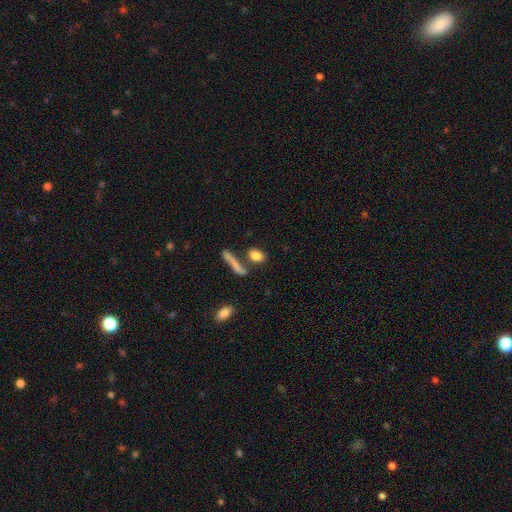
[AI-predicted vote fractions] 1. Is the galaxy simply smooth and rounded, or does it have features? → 83% smooth, 9% featured or disk, 8% star or artifact.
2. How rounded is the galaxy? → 69% in between, 17% round, 14% cigar-shaped.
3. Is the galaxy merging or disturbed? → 63% none, 20% merger, 11% minor disturbance, 6% major disturbance.